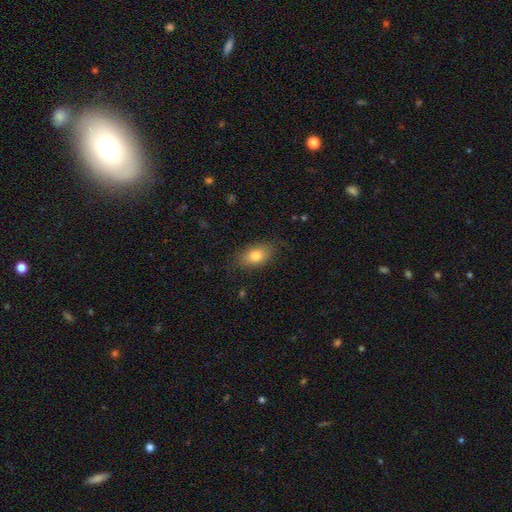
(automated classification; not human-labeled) Q: Smooth or featured?
A: smooth (80%); runner-up: featured or disk (12%)
Q: How rounded?
A: in between (85%); runner-up: round (12%)
Q: Merging?
A: none (81%); runner-up: minor disturbance (14%)